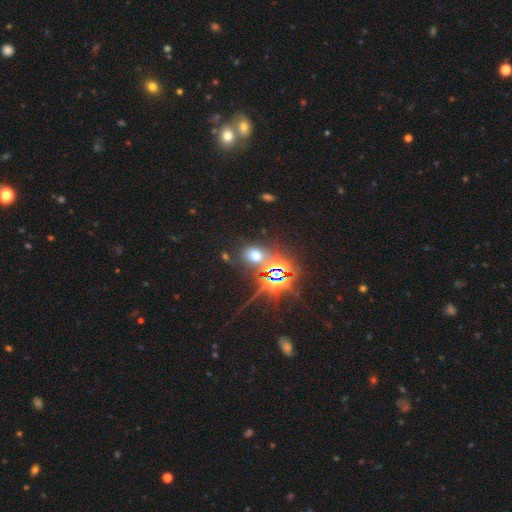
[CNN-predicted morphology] This appears to be a smooth galaxy with no disk features (47%). Merging: none (70%).